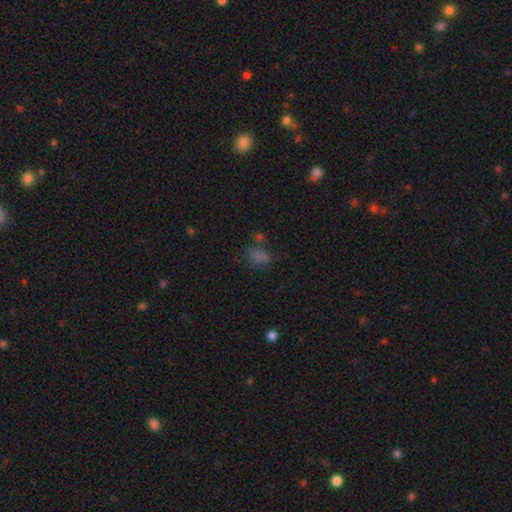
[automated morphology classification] Smooth or featured? Predicted: smooth (p=0.61). How rounded? Predicted: in between (p=0.74). Merging? Predicted: none (p=0.63).